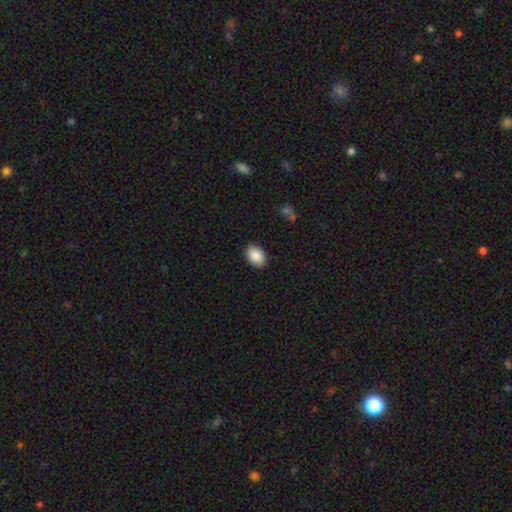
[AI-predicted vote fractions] smooth 89%, star or artifact 7%, featured or disk 4%. Down the decision tree: how rounded — in between (82%); merging — none (88%).